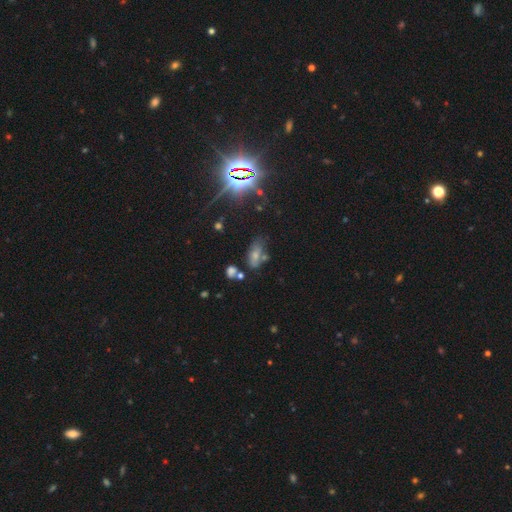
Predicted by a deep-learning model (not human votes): This is possibly a smooth galaxy (57%). How rounded: clearly in between (84%). Merging: possibly none (54%).